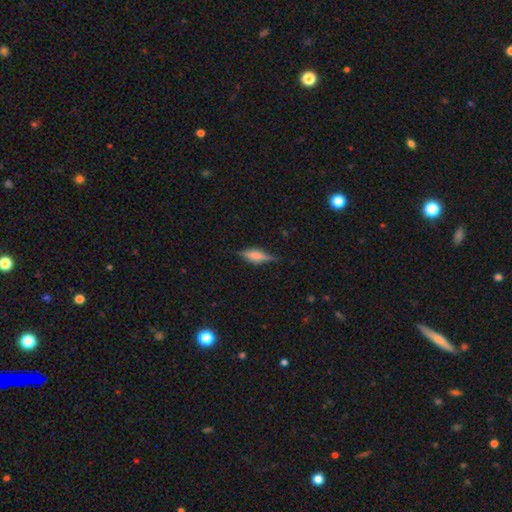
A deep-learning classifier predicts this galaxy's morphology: featured or disk 52%, smooth 38%, star or artifact 10%. Down the decision tree: edge-on disk — yes (95%); merging — none (77%).